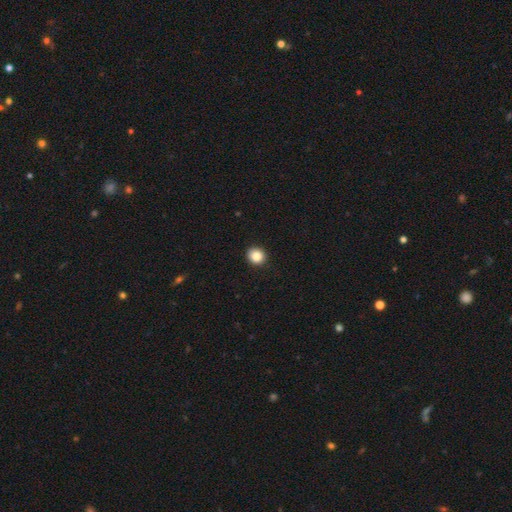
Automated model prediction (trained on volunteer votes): A smooth galaxy with no disk features (86%) that is round (83%).

Vote fractions:
- Smooth or featured? smooth: 86% / star or artifact: 10% / featured or disk: 4%
- How rounded? round: 83% / in between: 16% / cigar-shaped: 1%
- Merging? none: 92% / minor disturbance: 6% / major disturbance: 2% / merger: 1%